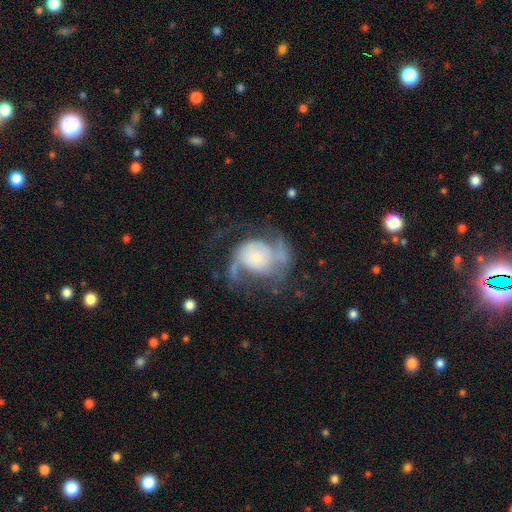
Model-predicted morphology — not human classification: Smooth or featured? Predicted: featured or disk (p=0.82). Edge-on disk? Predicted: no (p=0.98). Bar? Predicted: no (p=0.70). Spiral arms? Predicted: yes (p=0.94). Spiral winding? Predicted: medium (p=0.47). Spiral arm count? Predicted: 2 (p=0.72). Bulge size? Predicted: small (p=0.35). Merging? Predicted: none (p=0.48).